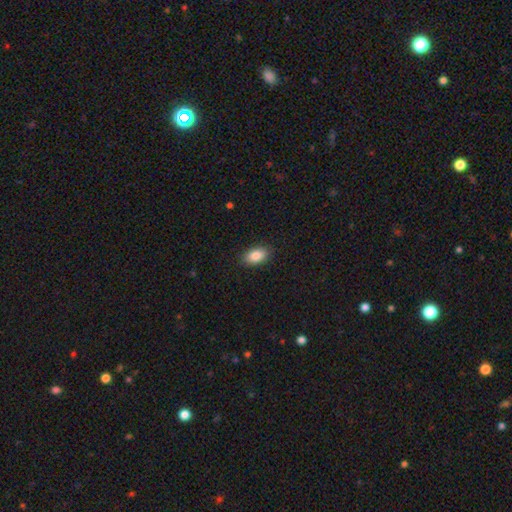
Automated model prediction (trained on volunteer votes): The model was most divided on "smooth or featured": smooth: 86%, star or artifact: 7%, featured or disk: 6%. More confident: how rounded — in between (91%); merging — none (88%).